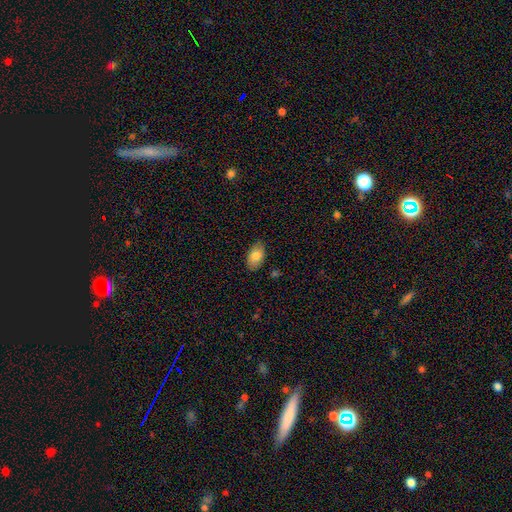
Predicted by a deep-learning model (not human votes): Overall: smooth (82%). How rounded: in between (93%). Merging: none (82%).